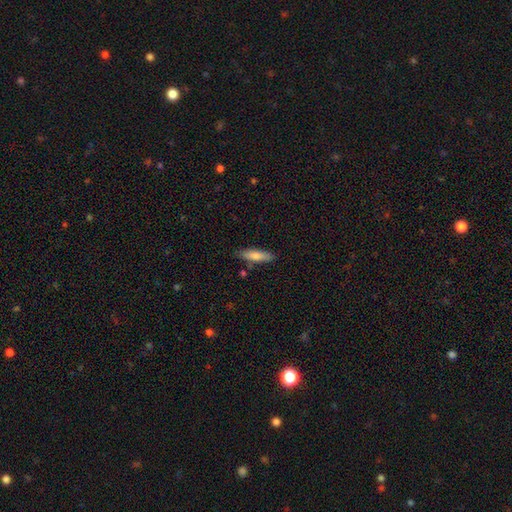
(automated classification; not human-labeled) Smooth or featured?
  - smooth: 78% *
  - featured or disk: 16%
  - star or artifact: 6%
How rounded?
  - cigar-shaped: 65% *
  - in between: 33%
  - round: 2%
Merging?
  - none: 80% *
  - minor disturbance: 13%
  - merger: 4%
  - major disturbance: 3%